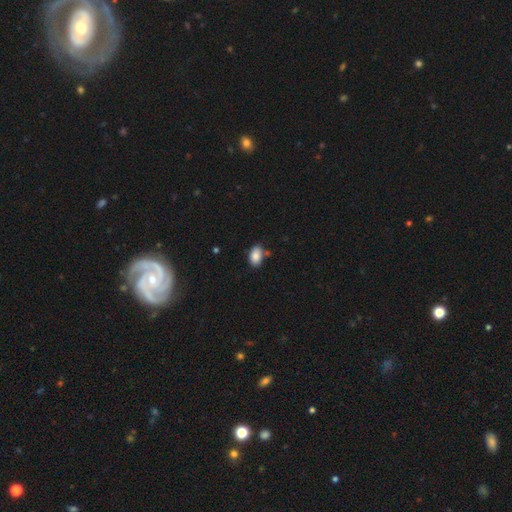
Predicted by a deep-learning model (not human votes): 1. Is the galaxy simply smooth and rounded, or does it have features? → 87% smooth, 8% star or artifact, 5% featured or disk.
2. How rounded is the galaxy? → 91% in between, 8% round, 1% cigar-shaped.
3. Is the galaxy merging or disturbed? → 76% none, 15% minor disturbance, 6% merger, 3% major disturbance.